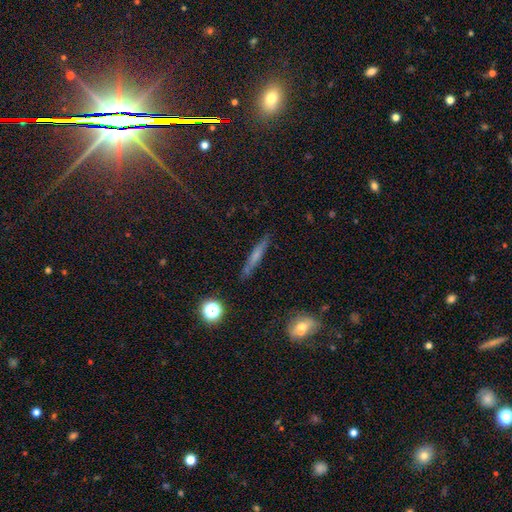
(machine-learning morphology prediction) Q: Smooth or featured?
A: smooth (53%); runner-up: featured or disk (34%)
Q: How rounded?
A: cigar-shaped (89%); runner-up: in between (6%)
Q: Merging?
A: none (84%); runner-up: minor disturbance (11%)